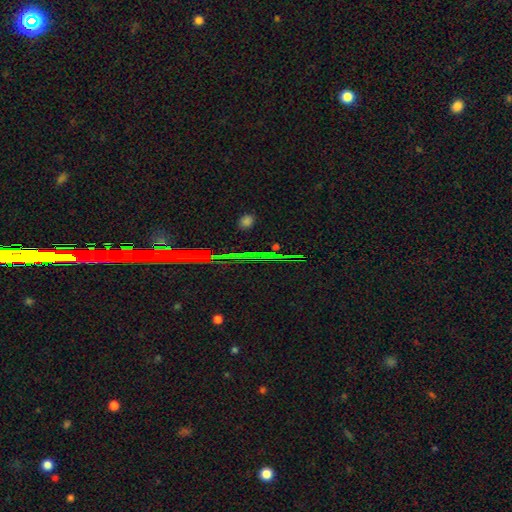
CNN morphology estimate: star or artifact 71%, featured or disk 17%, smooth 12%.